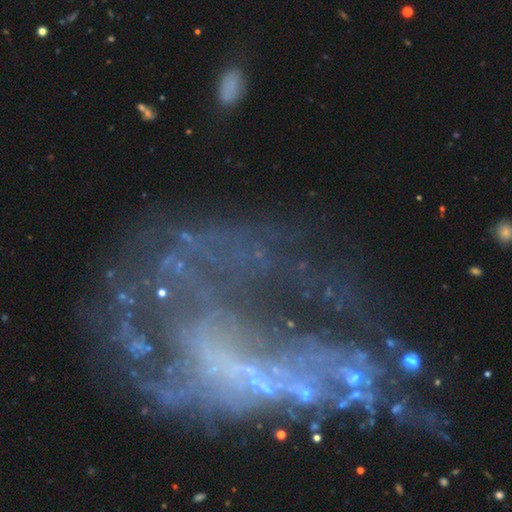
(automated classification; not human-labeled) smooth-or-featured: featured or disk: 70% | star or artifact: 18% | smooth: 12%
  disk-edge-on: no: 94% | yes: 6%
    bar: no: 59% | weak: 25% | strong: 16%
    has-spiral-arms: no: 54% | yes: 46%
    bulge-size: none: 68% | small: 18% | moderate: 10% | large: 3% | dominant: 2%
  merging: major disturbance: 43% | none: 33% | minor disturbance: 15% | merger: 8%